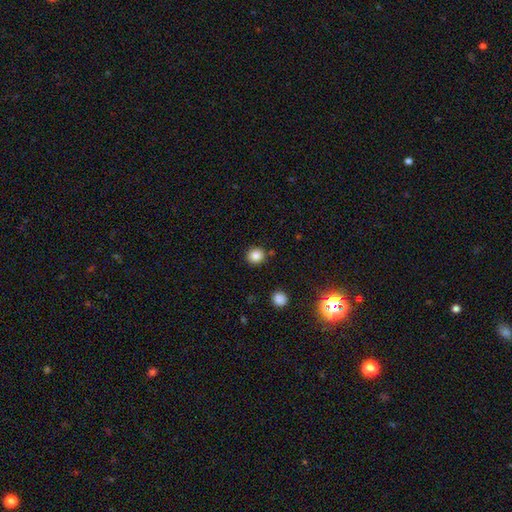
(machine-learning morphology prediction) smooth 85%, star or artifact 11%, featured or disk 4%. Down the decision tree: how rounded — round (87%); merging — none (86%).